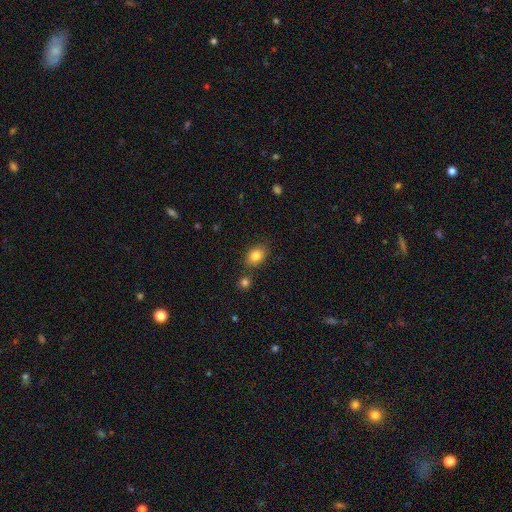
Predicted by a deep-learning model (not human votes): Smooth or featured?
  - smooth: 84% *
  - star or artifact: 9%
  - featured or disk: 6%
How rounded?
  - in between: 68% *
  - round: 30%
  - cigar-shaped: 1%
Merging?
  - none: 77% *
  - minor disturbance: 13%
  - merger: 7%
  - major disturbance: 3%